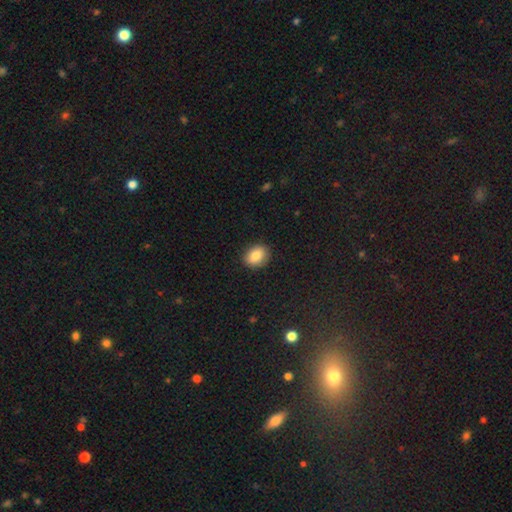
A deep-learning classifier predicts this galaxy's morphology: The model was most divided on "how rounded": in between: 59%, round: 39%, cigar-shaped: 1%. More confident: merging — none (88%); smooth or featured — smooth (83%).